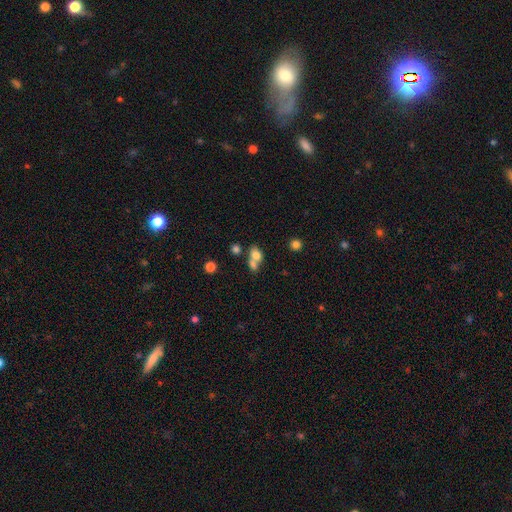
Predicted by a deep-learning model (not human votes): Smooth or featured?
  - smooth: 72% *
  - featured or disk: 17%
  - star or artifact: 12%
How rounded?
  - in between: 52% *
  - round: 46%
  - cigar-shaped: 2%
Merging?
  - merger: 58% *
  - none: 30%
  - minor disturbance: 8%
  - major disturbance: 5%